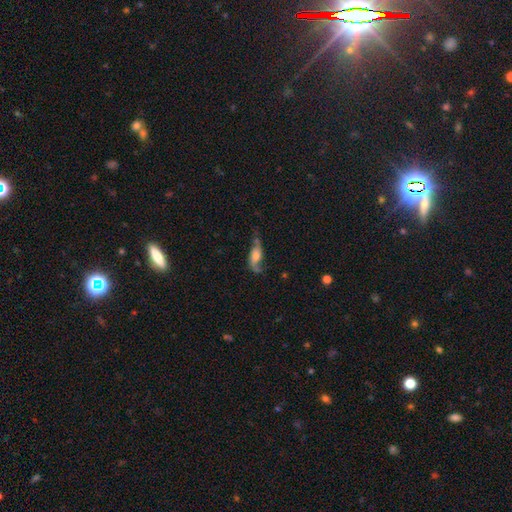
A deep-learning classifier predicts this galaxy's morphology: smooth_or_featured: featured or disk (p=0.58) [alt: smooth p=0.34]
disk_edge_on: no (p=0.81) [alt: yes p=0.19]
merging: none (p=0.52) [alt: minor disturbance p=0.26]